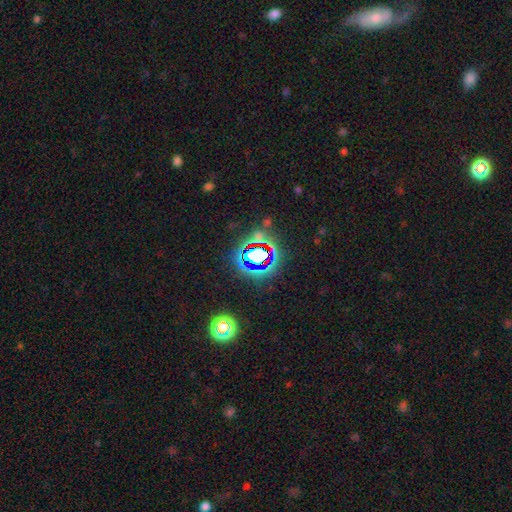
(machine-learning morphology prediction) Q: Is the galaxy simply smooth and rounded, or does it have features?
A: star or artifact — 74%.